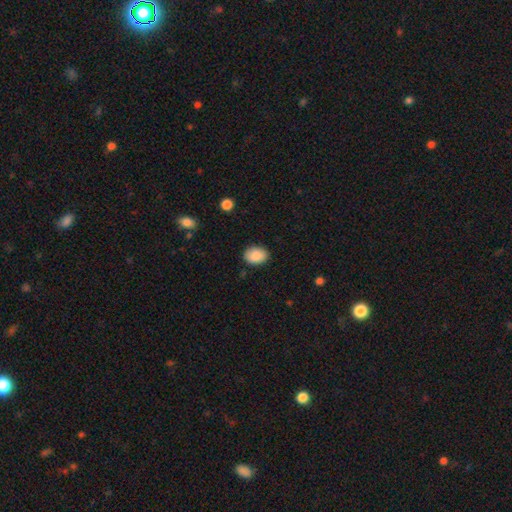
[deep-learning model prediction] smooth-or-featured: smooth: 89% | star or artifact: 7% | featured or disk: 5%
  how-rounded: in between: 77% | round: 22% | cigar-shaped: 1%
  merging: none: 87% | minor disturbance: 10% | major disturbance: 2% | merger: 1%